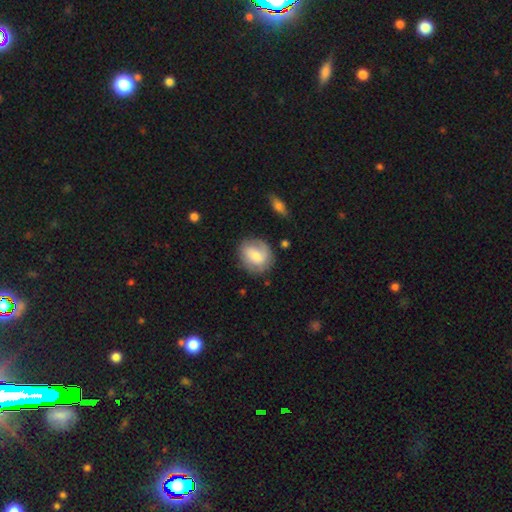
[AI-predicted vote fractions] This is likely a smooth galaxy (61%). How rounded: likely round (64%). Merging: likely none (73%).